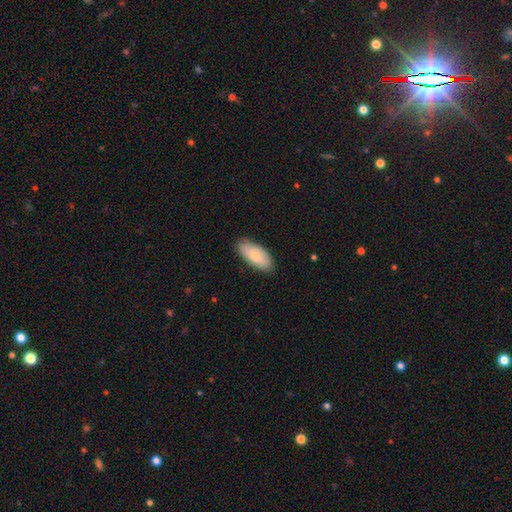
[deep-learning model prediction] Smooth or featured: smooth — 77% (featured or disk — 18%)
How rounded: in between — 87% (cigar-shaped — 11%)
Merging: none — 82% (minor disturbance — 15%)